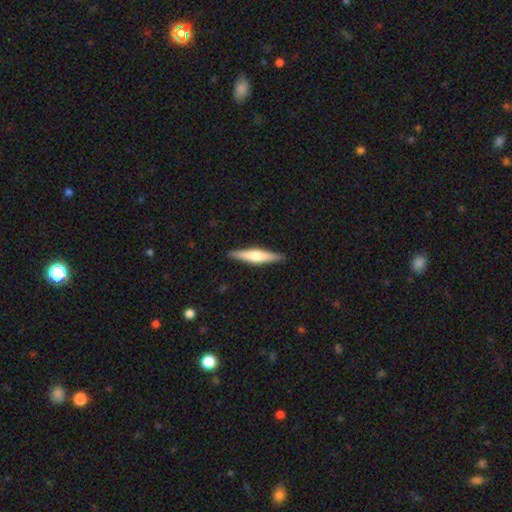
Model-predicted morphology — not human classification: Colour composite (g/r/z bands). It shows a featured or disk galaxy (48%). Merging: none (91%).